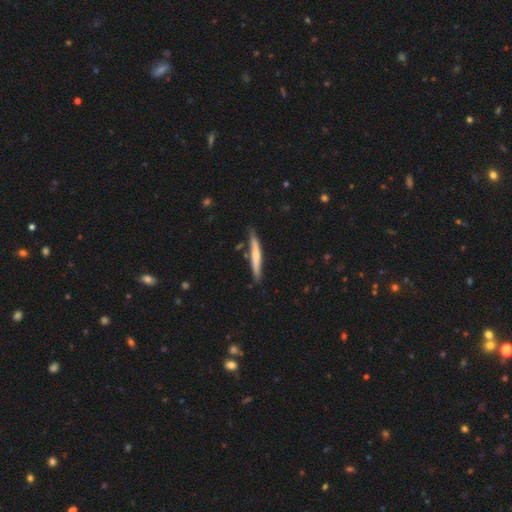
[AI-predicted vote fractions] Smooth or featured? Predicted: smooth (p=0.54). How rounded? Predicted: cigar-shaped (p=0.95). Merging? Predicted: none (p=0.81).